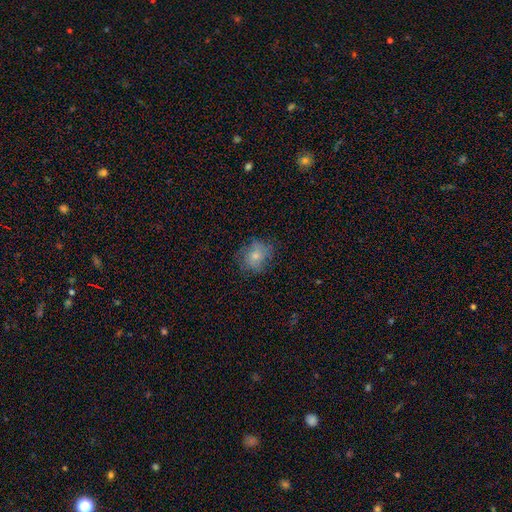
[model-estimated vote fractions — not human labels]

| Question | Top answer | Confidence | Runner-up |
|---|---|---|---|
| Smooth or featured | smooth | 71% | featured or disk (20%) |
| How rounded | round | 60% | in between (39%) |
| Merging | none | 69% | minor disturbance (21%) |